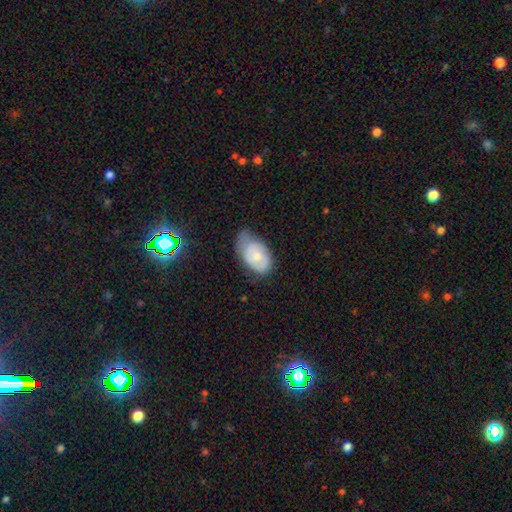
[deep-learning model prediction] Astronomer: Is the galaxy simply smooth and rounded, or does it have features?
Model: smooth — 60%.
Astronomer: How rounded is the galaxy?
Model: in between — 91%.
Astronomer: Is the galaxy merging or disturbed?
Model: minor disturbance — 44% (runner-up: none, 39%).